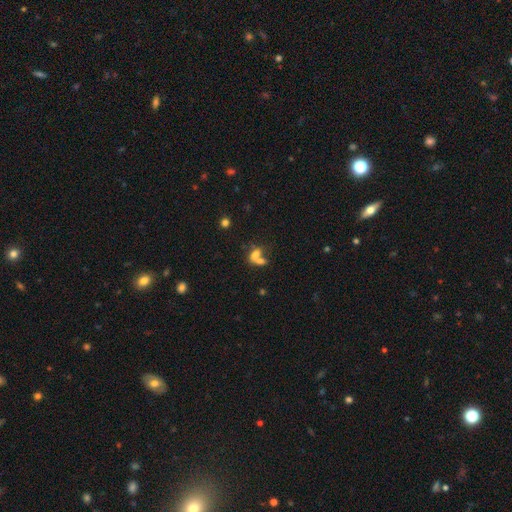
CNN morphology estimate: smooth-or-featured: smooth: 62% | featured or disk: 23% | star or artifact: 14%
  how-rounded: in between: 71% | round: 23% | cigar-shaped: 6%
  merging: merger: 60% | none: 22% | major disturbance: 9% | minor disturbance: 9%